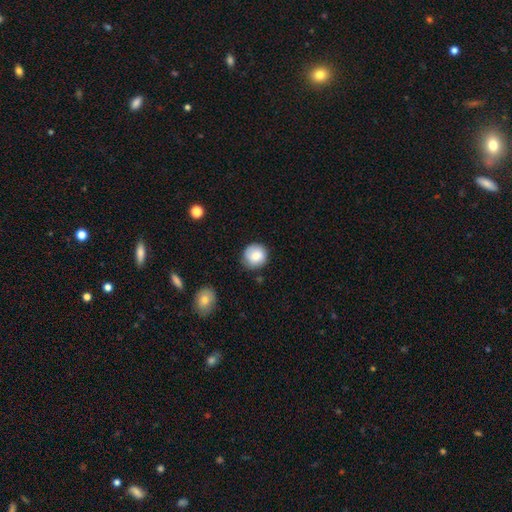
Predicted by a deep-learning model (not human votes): A smooth galaxy with no disk features (82%) that is round (92%).

Vote fractions:
- Smooth or featured? smooth: 82% / featured or disk: 10% / star or artifact: 8%
- How rounded? round: 92% / in between: 7% / cigar-shaped: 1%
- Merging? none: 82% / minor disturbance: 13% / major disturbance: 3% / merger: 2%